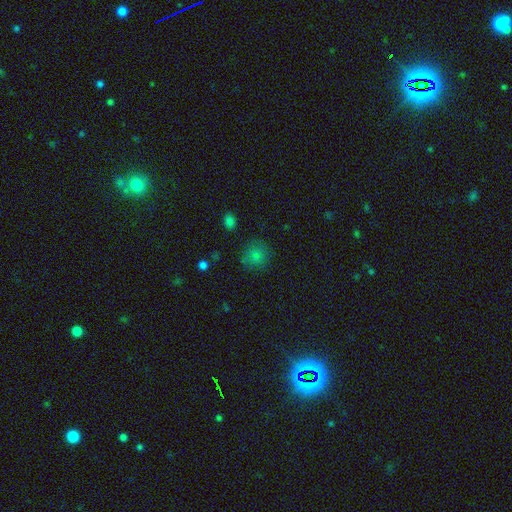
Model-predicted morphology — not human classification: This appears to be a smooth galaxy with no disk features (79%) that is round (88%). Merging: none (79%).